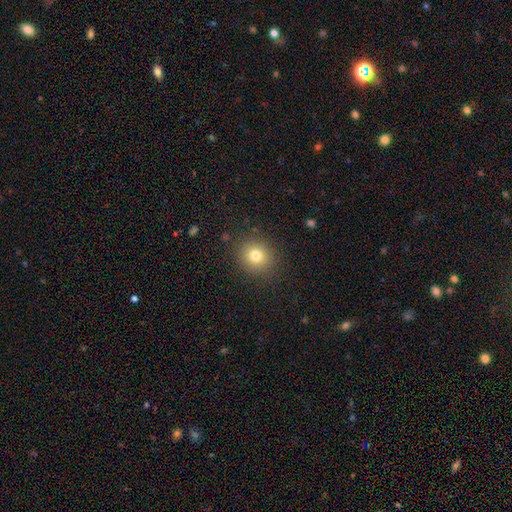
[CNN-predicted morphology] Smooth or featured? smooth (78%)
How rounded? round (83%)
Merging? none (88%)